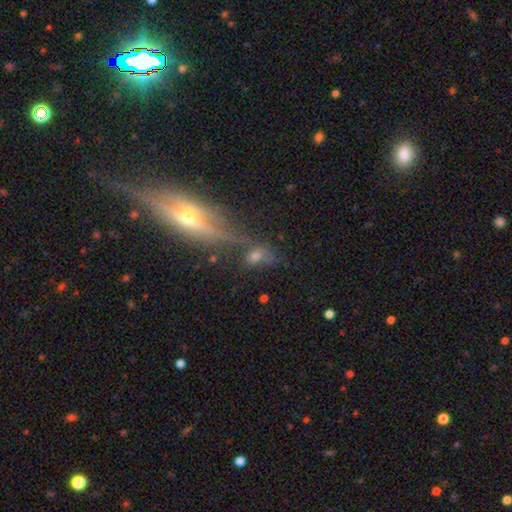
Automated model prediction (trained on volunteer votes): This appears to be a smooth galaxy with no disk features (43%). Merging: none (52%).